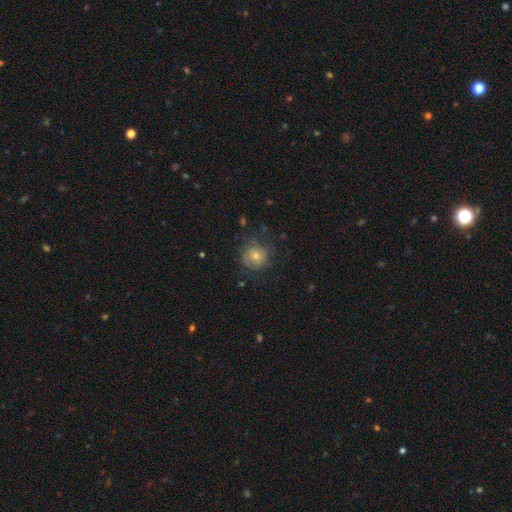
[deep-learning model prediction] The model was most divided on "smooth or featured": smooth: 58%, featured or disk: 32%, star or artifact: 10%. More confident: how rounded — round (88%); merging — none (67%).